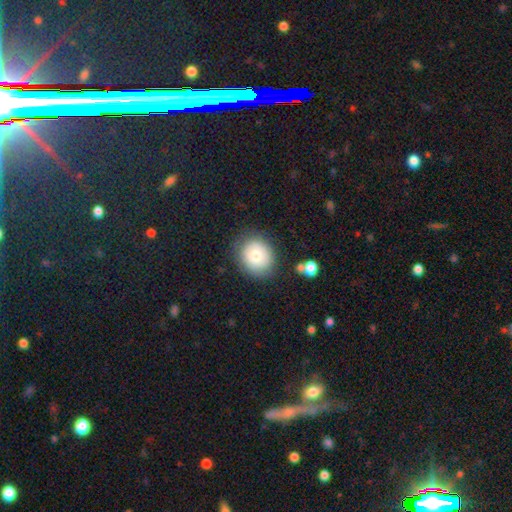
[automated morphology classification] smooth-or-featured: smooth: 73% | featured or disk: 18% | star or artifact: 9%
  how-rounded: round: 75% | in between: 24% | cigar-shaped: 1%
  merging: none: 80% | minor disturbance: 13% | major disturbance: 4% | merger: 3%